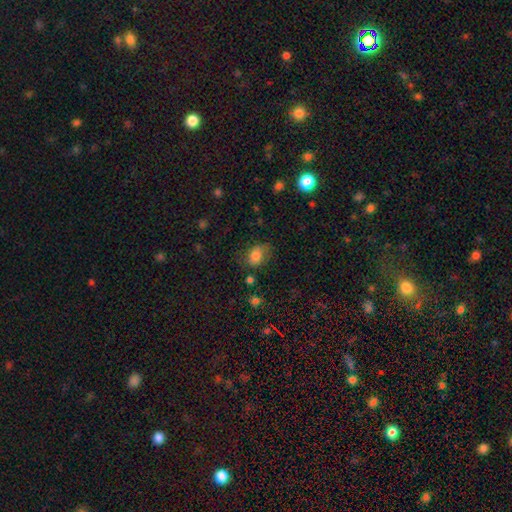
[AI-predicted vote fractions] The model was most divided on "merging": none: 60%, minor disturbance: 26%, major disturbance: 12%, merger: 2%. More confident: smooth or featured — smooth (77%); how rounded — in between (69%).